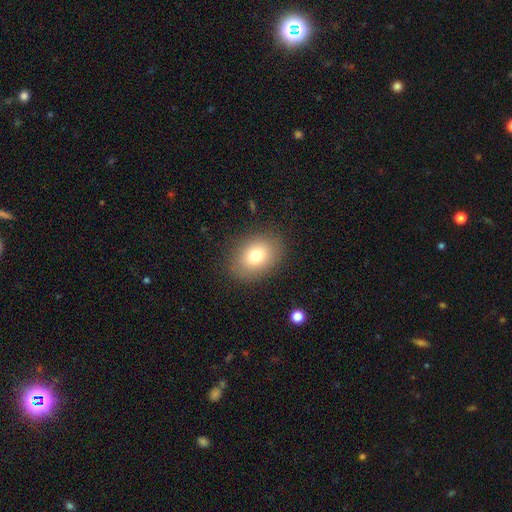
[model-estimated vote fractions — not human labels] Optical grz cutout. It shows a smooth galaxy with no disk features (77%) that is in between round and cigar-shaped (64%). Merging: none (86%).